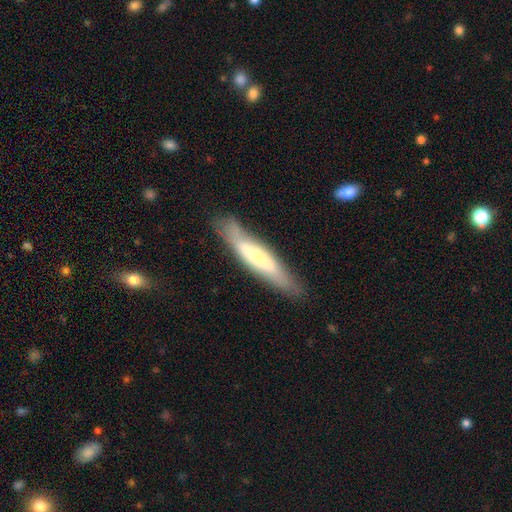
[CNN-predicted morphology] A smooth galaxy with no disk features (55%) that is cigar-shaped (83%).

Vote fractions:
- Smooth or featured? smooth: 55% / featured or disk: 38% / star or artifact: 6%
- How rounded? cigar-shaped: 83% / in between: 15% / round: 1%
- Merging? none: 76% / minor disturbance: 17% / major disturbance: 5% / merger: 2%